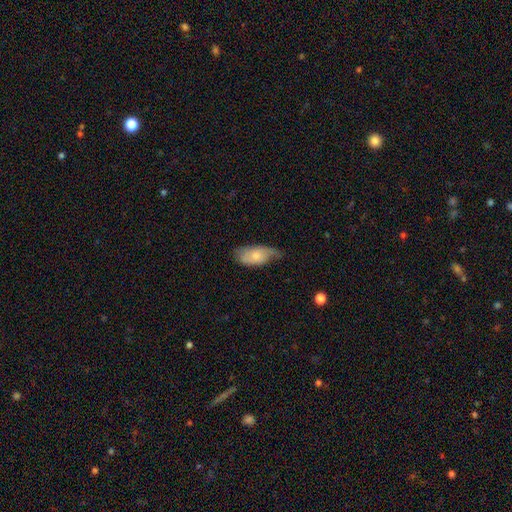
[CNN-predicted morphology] Smooth or featured: smooth — 63% (featured or disk — 31%)
How rounded: in between — 91% (cigar-shaped — 5%)
Merging: none — 46% (minor disturbance — 39%)